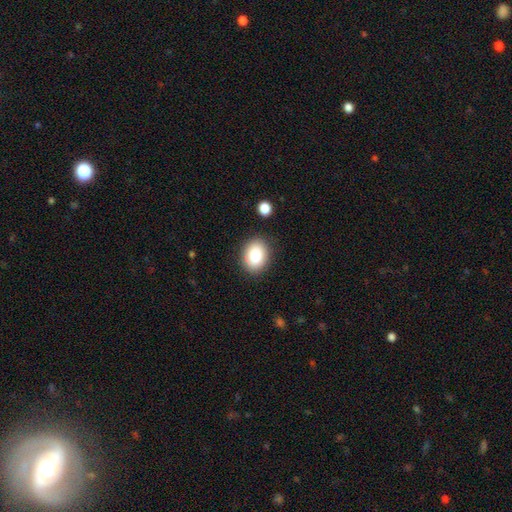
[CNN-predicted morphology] A smooth galaxy with no disk features (85%) that is in between round and cigar-shaped (66%). Merging: none (86%).